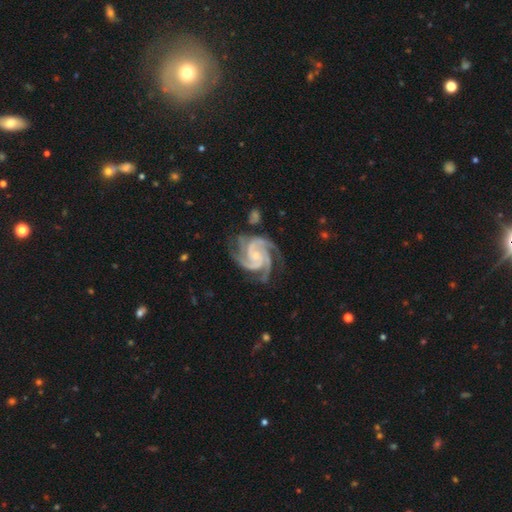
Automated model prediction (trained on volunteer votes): A featured or disk galaxy (94%) with no bar (63%), 3 (60%) tight (55%) spiral arms (99%) and a small central bulge (72%). Merging: none (73%).